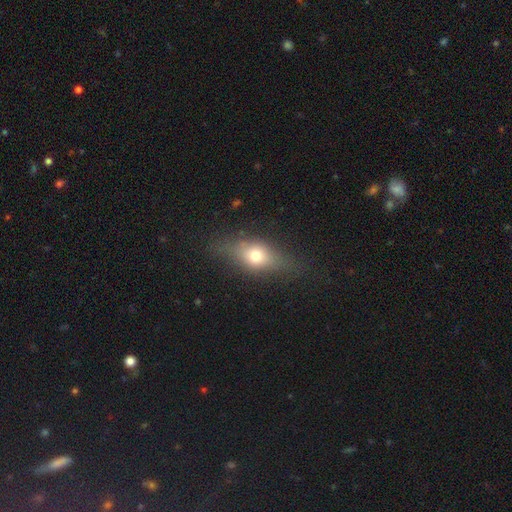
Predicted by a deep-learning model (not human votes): This appears to be a smooth galaxy with no disk features (62%) that is in between round and cigar-shaped (66%). Merging: none (71%).